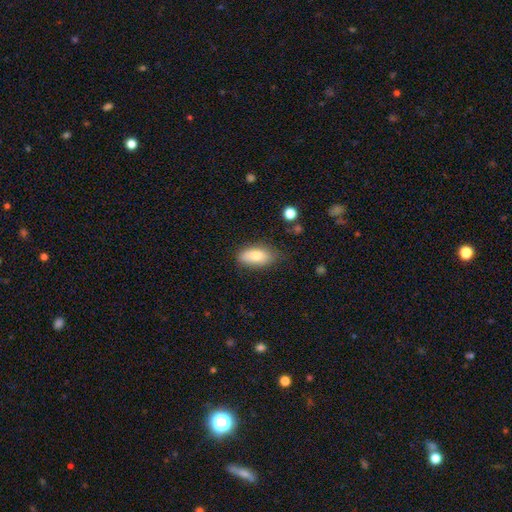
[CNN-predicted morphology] This appears to be a smooth galaxy with no disk features (79%) that is in between round and cigar-shaped (88%). Merging: none (74%).